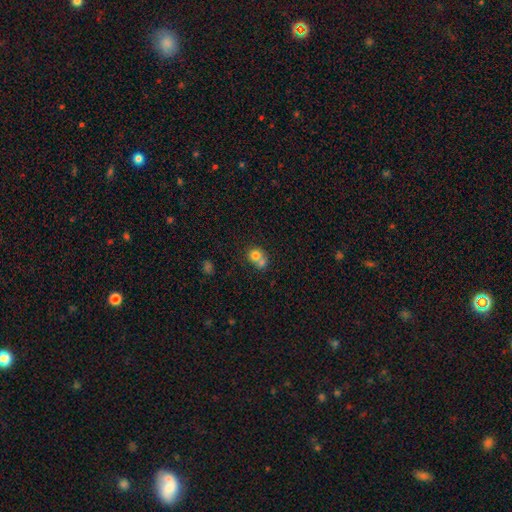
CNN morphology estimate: Smooth or featured: smooth — 74% (featured or disk — 16%)
How rounded: round — 77% (in between — 22%)
Merging: merger — 60% (none — 30%)